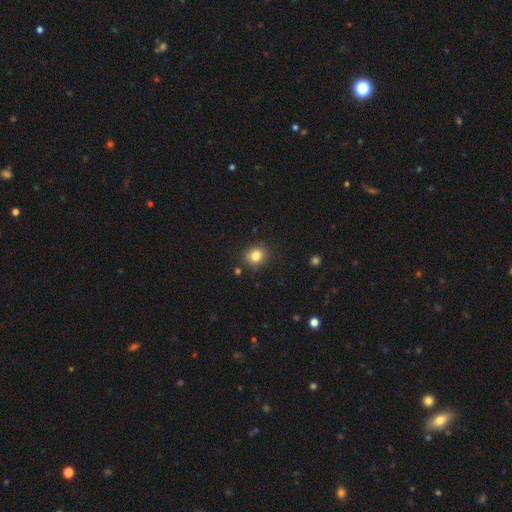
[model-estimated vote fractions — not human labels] A smooth galaxy with no disk features (82%) that is round (75%). Merging: none (85%).